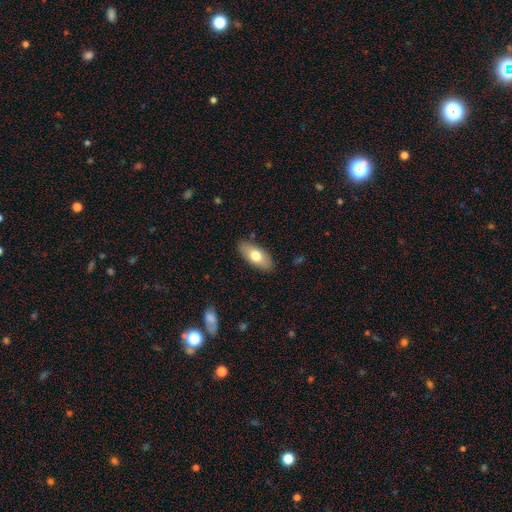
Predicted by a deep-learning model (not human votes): The model was most divided on "smooth or featured": smooth: 71%, featured or disk: 23%, star or artifact: 6%. More confident: how rounded — in between (88%); merging — none (87%).